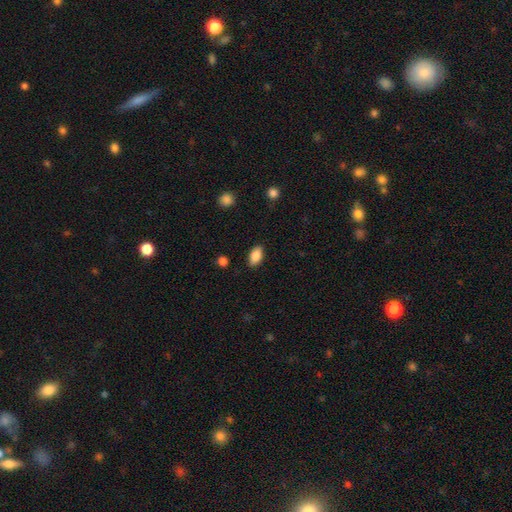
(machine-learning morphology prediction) Smooth or featured? smooth (87%)
How rounded? in between (91%)
Merging? none (86%)